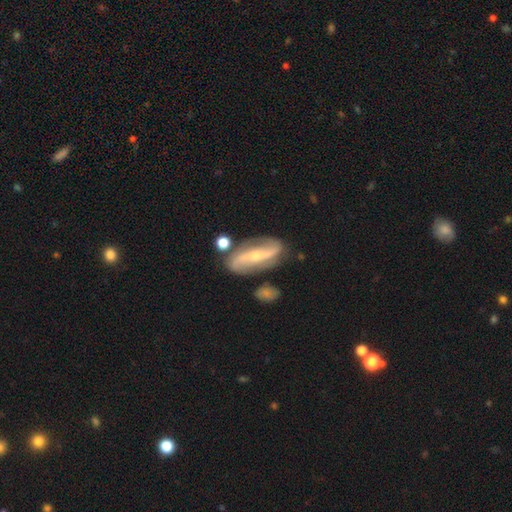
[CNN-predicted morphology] A featured or disk galaxy (83%) with a strong bar (50%), 2 (92%) loose (51%) spiral arms (93%) and a small central bulge (69%).

Vote fractions:
- Smooth or featured? featured or disk: 83% / smooth: 11% / star or artifact: 6%
- Edge-on disk? no: 90% / yes: 10%
- Bar? strong: 50% / no: 28% / weak: 22%
- Spiral arms? yes: 93% / no: 7%
- Spiral winding? loose: 51% / medium: 32% / tight: 17%
- Spiral arm count? 2: 92% / can't tell: 4% / 1: 2% / 3: 1% / 4: 1% / more than 4: 1%
- Bulge size? small: 69% / moderate: 26% / none: 2% / large: 1% / dominant: 1%
- Merging? none: 76% / minor disturbance: 14% / merger: 6% / major disturbance: 4%